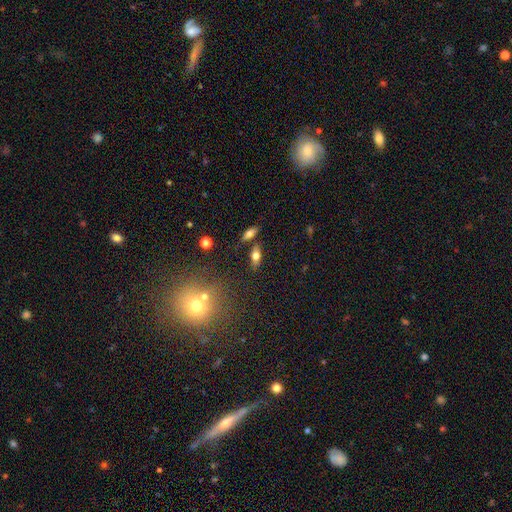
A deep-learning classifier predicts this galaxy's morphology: Overall: smooth (66%). How rounded: in between (80%). Merging: none (72%).